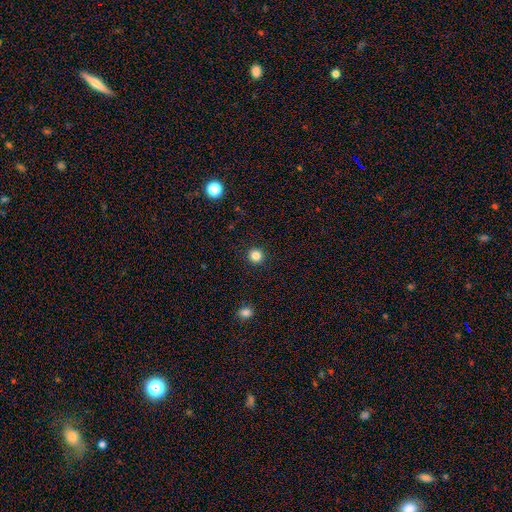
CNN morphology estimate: A smooth galaxy with no disk features (84%) that is round (94%).

Vote fractions:
- Smooth or featured? smooth: 84% / star or artifact: 12% / featured or disk: 4%
- How rounded? round: 94% / in between: 5% / cigar-shaped: 1%
- Merging? none: 93% / minor disturbance: 5% / major disturbance: 2% / merger: 1%